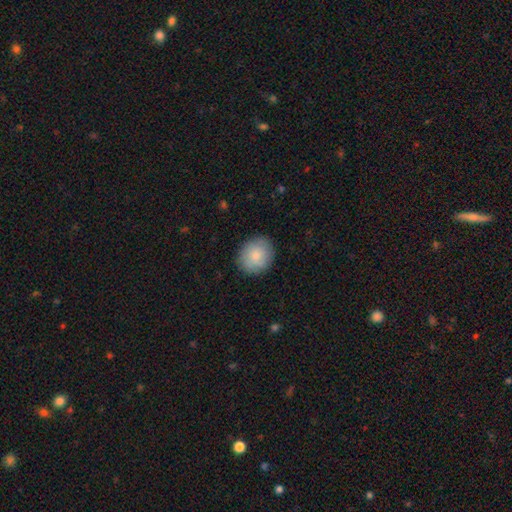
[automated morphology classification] smooth_or_featured: smooth (p=0.84) [alt: featured or disk p=0.10]
how_rounded: round (p=0.73) [alt: in between p=0.26]
merging: none (p=0.86) [alt: minor disturbance p=0.10]